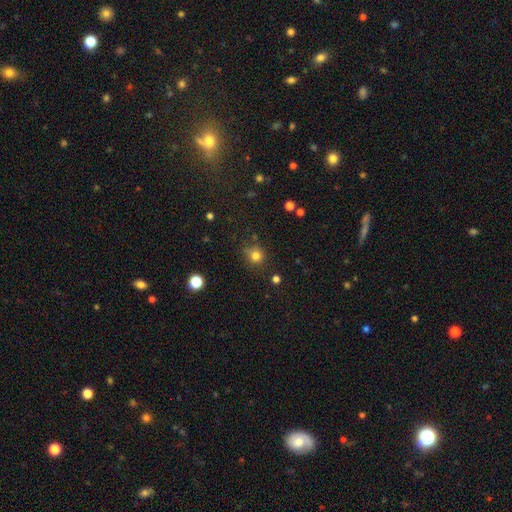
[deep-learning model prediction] This is likely a smooth galaxy (79%). How rounded: clearly round (88%). Merging: likely none (76%).